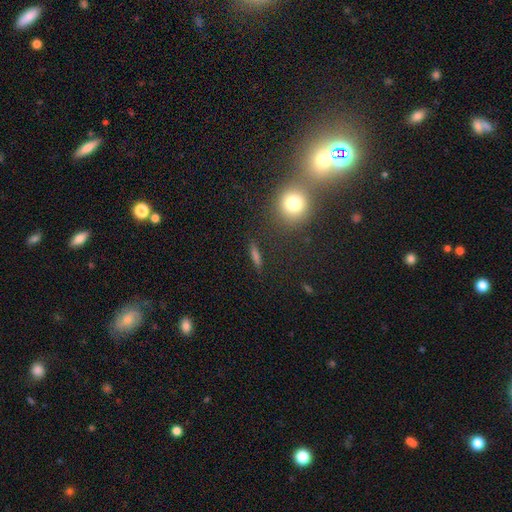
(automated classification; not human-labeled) Q: Smooth or featured?
A: smooth (62%); runner-up: star or artifact (19%)
Q: How rounded?
A: cigar-shaped (67%); runner-up: in between (17%)
Q: Merging?
A: none (84%); runner-up: minor disturbance (9%)